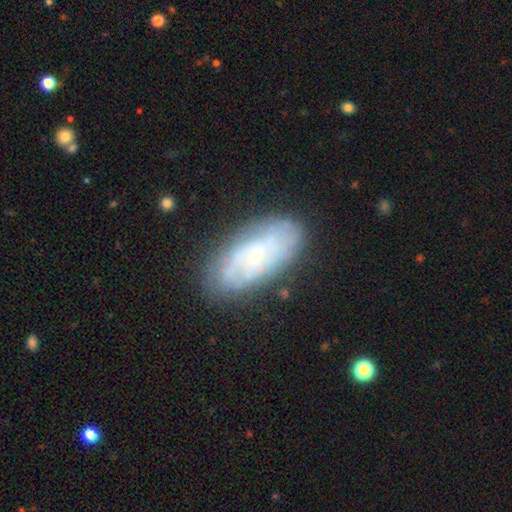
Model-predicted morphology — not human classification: featured or disk 65%, smooth 28%, star or artifact 7%. Down the decision tree: edge-on disk — no (92%); bar — no (71%); spiral arms — yes (76%); bulge size — small (75%); merging — none (76%).